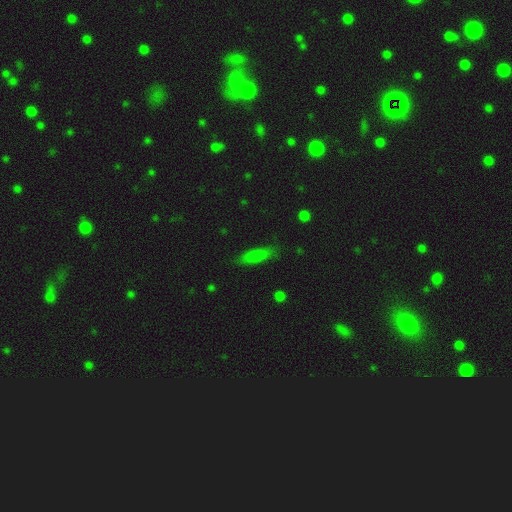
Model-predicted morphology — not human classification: smooth_or_featured: smooth (p=0.79) [alt: featured or disk p=0.12]
how_rounded: cigar-shaped (p=0.50) [alt: in between p=0.47]
merging: none (p=0.81) [alt: minor disturbance p=0.14]